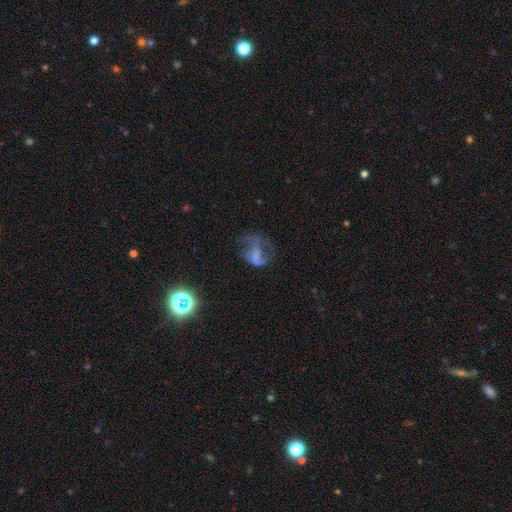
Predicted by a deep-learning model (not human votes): featured or disk 53%, smooth 29%, star or artifact 18%. Down the decision tree: edge-on disk — no (97%); bar — no (67%); spiral arms — no (53%); bulge size — none (73%); merging — major disturbance (48%).